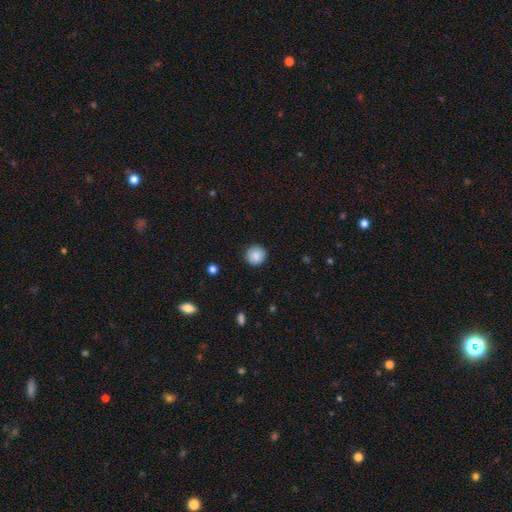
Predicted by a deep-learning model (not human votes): This is clearly a smooth galaxy (86%). How rounded: clearly round (94%). Merging: clearly none (90%).